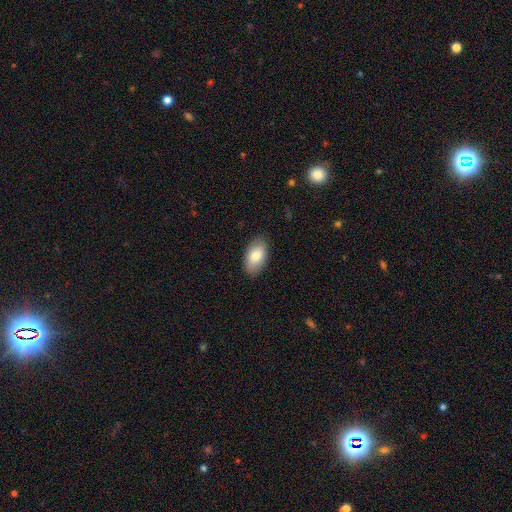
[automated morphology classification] Smooth or featured? smooth (81%)
How rounded? in between (94%)
Merging? none (85%)